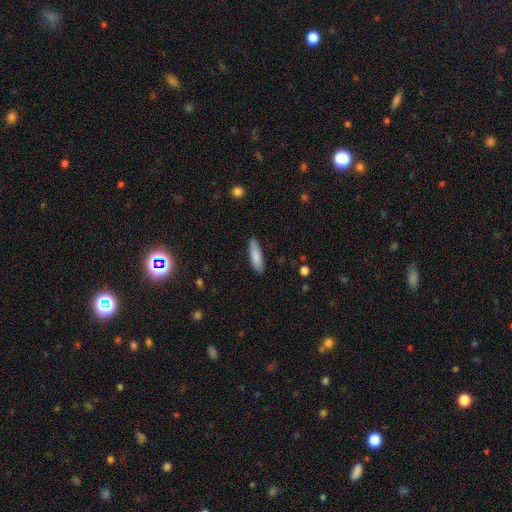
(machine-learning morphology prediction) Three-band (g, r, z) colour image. It shows a smooth galaxy with no disk features (85%) that is cigar-shaped (57%). Merging: none (84%).